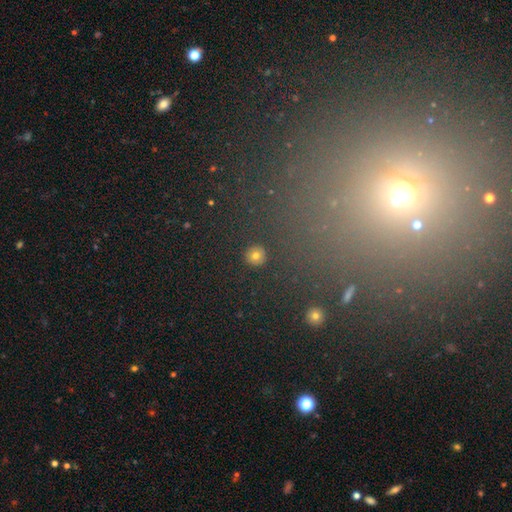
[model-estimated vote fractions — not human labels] Smooth or featured?
  - smooth: 79% *
  - star or artifact: 14%
  - featured or disk: 7%
How rounded?
  - round: 95% *
  - in between: 4%
  - cigar-shaped: 1%
Merging?
  - none: 92% *
  - minor disturbance: 5%
  - major disturbance: 2%
  - merger: 1%